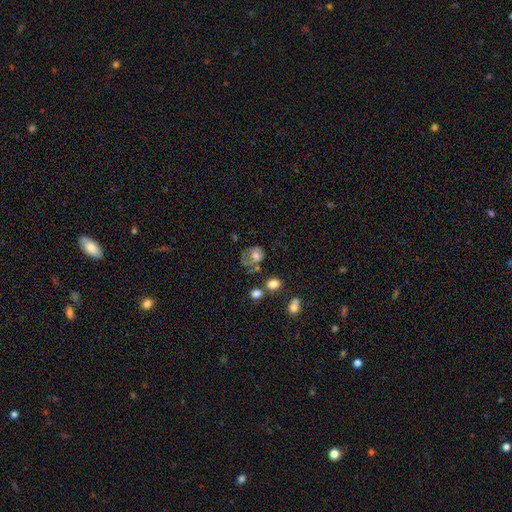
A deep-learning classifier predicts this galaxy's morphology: Smooth or featured? Predicted: smooth (p=0.60). How rounded? Predicted: round (p=0.54). Merging? Predicted: none (p=0.34).